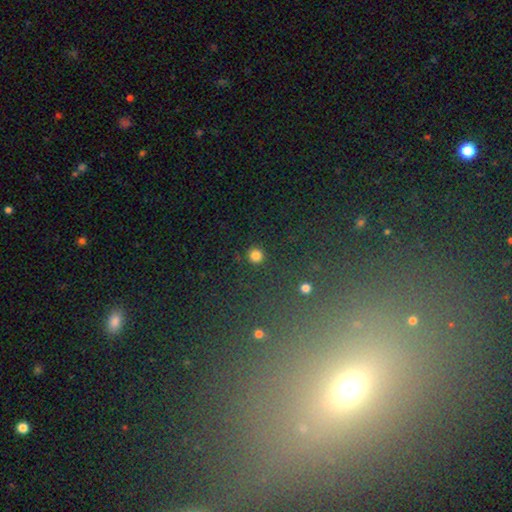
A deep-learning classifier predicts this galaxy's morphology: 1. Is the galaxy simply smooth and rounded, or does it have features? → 81% smooth, 15% star or artifact, 4% featured or disk.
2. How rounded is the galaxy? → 95% round, 4% in between, 1% cigar-shaped.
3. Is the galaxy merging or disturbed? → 91% none, 5% minor disturbance, 2% major disturbance, 2% merger.